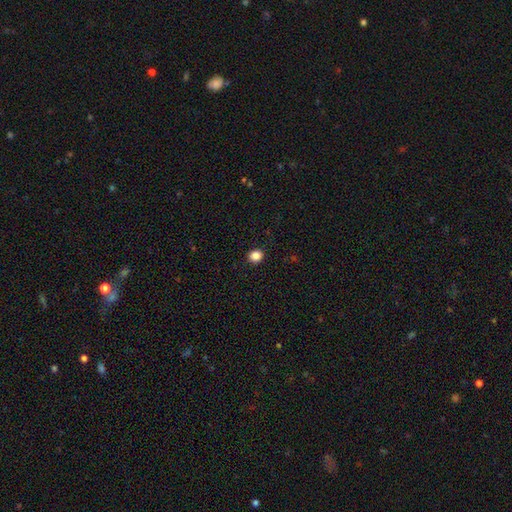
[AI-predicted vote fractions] Q: Smooth or featured?
A: smooth (86%); runner-up: star or artifact (11%)
Q: How rounded?
A: round (84%); runner-up: in between (15%)
Q: Merging?
A: none (92%); runner-up: minor disturbance (5%)